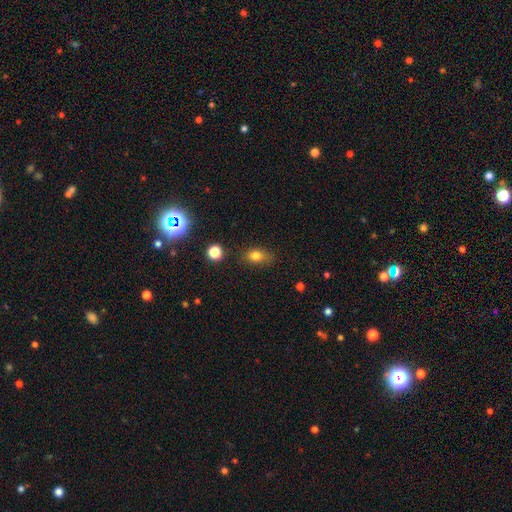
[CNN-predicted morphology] Smooth or featured? Predicted: smooth (p=0.79). How rounded? Predicted: in between (p=0.72). Merging? Predicted: none (p=0.70).